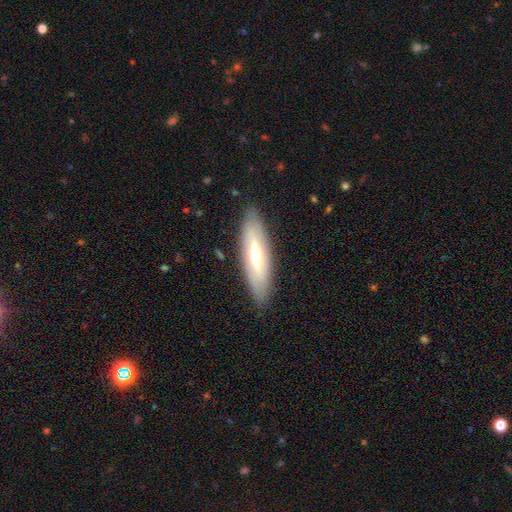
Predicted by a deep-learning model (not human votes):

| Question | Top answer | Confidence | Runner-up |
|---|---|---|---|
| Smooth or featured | featured or disk | 54% | smooth (40%) |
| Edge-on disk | yes | 51% | no (49%) |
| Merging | none | 86% | minor disturbance (10%) |